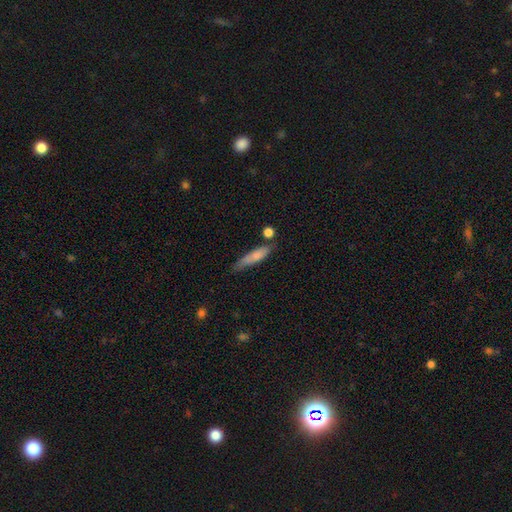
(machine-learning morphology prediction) smooth_or_featured: smooth (p=0.72) [alt: featured or disk p=0.21]
how_rounded: cigar-shaped (p=0.76) [alt: in between p=0.21]
merging: none (p=0.62) [alt: minor disturbance p=0.23]